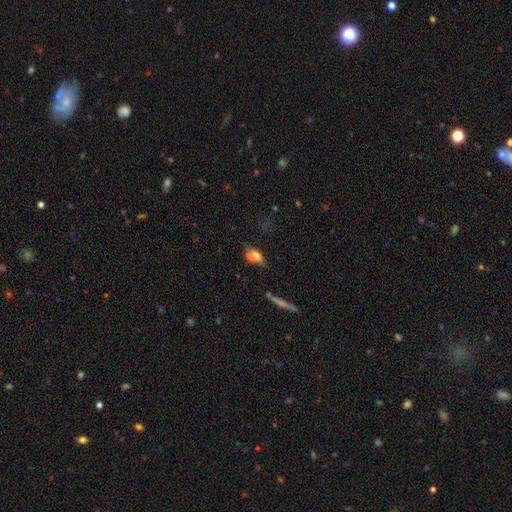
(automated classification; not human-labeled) This is likely a smooth galaxy (65%). How rounded: clearly in between (81%). Merging: marginally none (41%).